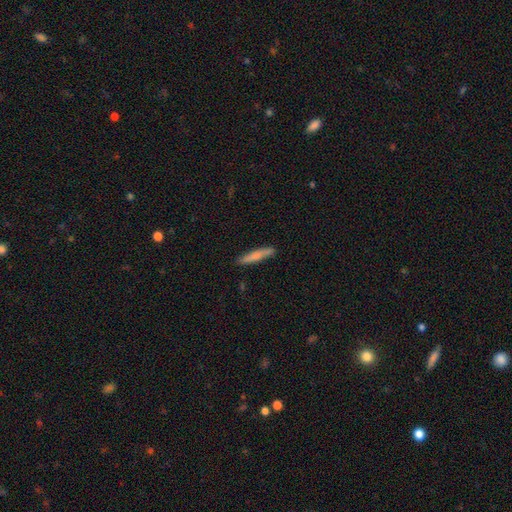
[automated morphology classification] A smooth galaxy with no disk features (75%) that is cigar-shaped (93%). Merging: none (88%).